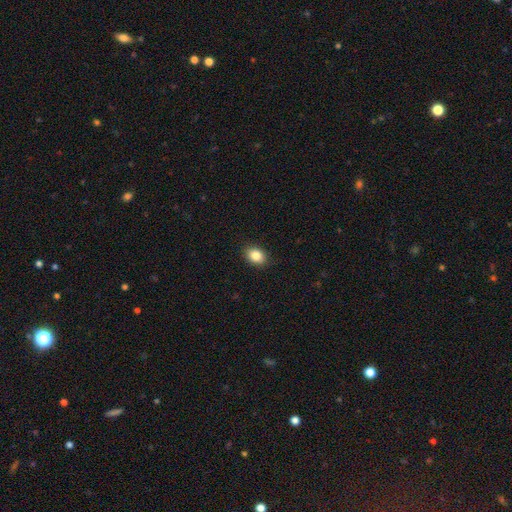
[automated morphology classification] Smooth or featured? Predicted: smooth (p=0.85). How rounded? Predicted: in between (p=0.72). Merging? Predicted: none (p=0.89).